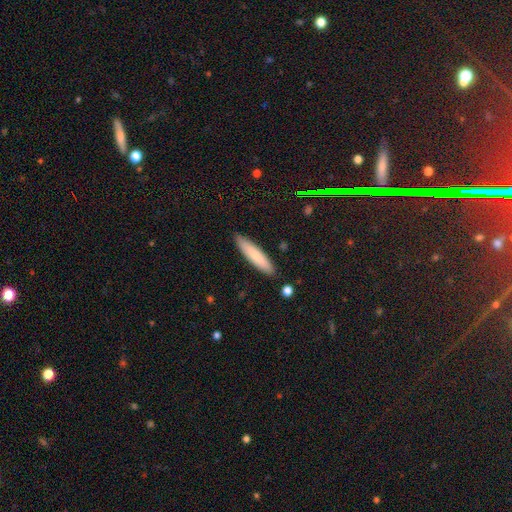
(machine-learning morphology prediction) Smooth or featured: smooth — 79% (featured or disk — 15%)
How rounded: cigar-shaped — 81% (in between — 18%)
Merging: none — 89% (minor disturbance — 8%)